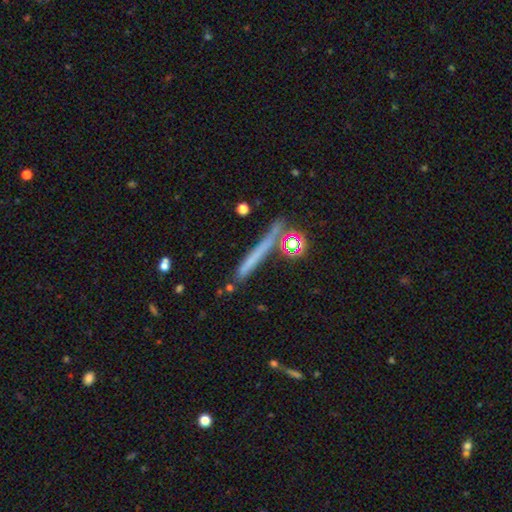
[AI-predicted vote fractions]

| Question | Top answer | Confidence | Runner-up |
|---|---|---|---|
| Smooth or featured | smooth | 50% | featured or disk (38%) |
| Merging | none | 78% | minor disturbance (12%) |